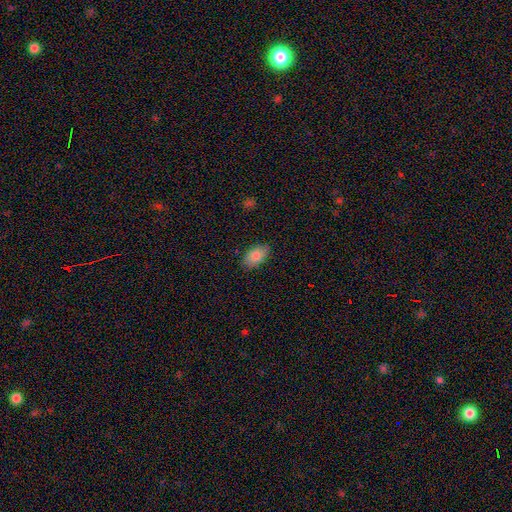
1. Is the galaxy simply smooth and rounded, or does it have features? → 79% smooth, 15% featured or disk, 5% star or artifact.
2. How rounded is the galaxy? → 94% in between, 6% round, 0% cigar-shaped.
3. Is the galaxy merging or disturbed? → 92% none, 3% minor disturbance, 3% major disturbance, 3% merger.